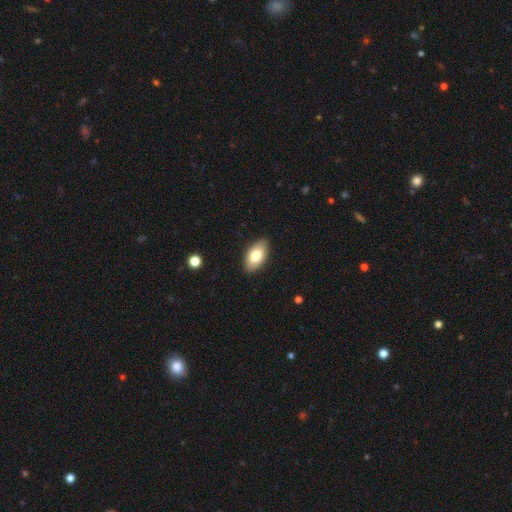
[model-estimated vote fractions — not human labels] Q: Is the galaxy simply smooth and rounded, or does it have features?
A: smooth — 81%.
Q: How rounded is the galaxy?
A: in between — 94%.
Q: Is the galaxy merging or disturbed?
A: none — 88%.